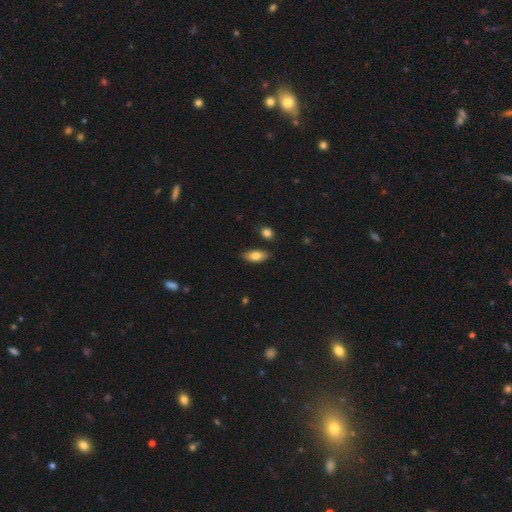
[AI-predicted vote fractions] A smooth galaxy with no disk features (80%) that is in between round and cigar-shaped (86%). Merging: none (83%).